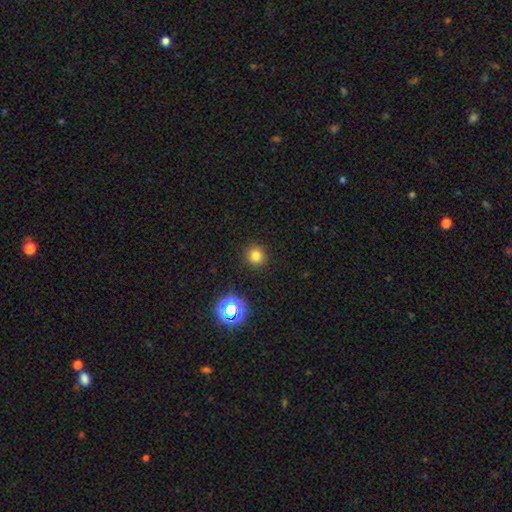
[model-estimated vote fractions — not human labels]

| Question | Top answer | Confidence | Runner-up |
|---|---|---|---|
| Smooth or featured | smooth | 76% | star or artifact (18%) |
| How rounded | round | 90% | in between (9%) |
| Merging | none | 90% | minor disturbance (6%) |